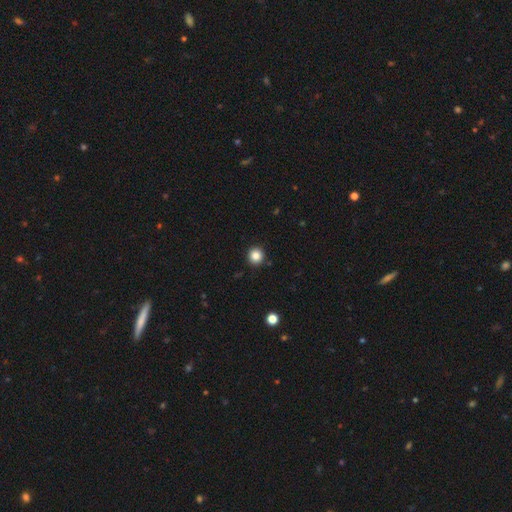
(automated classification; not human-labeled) Smooth or featured: smooth — 84% (star or artifact — 11%)
How rounded: round — 95% (in between — 4%)
Merging: none — 92% (minor disturbance — 5%)